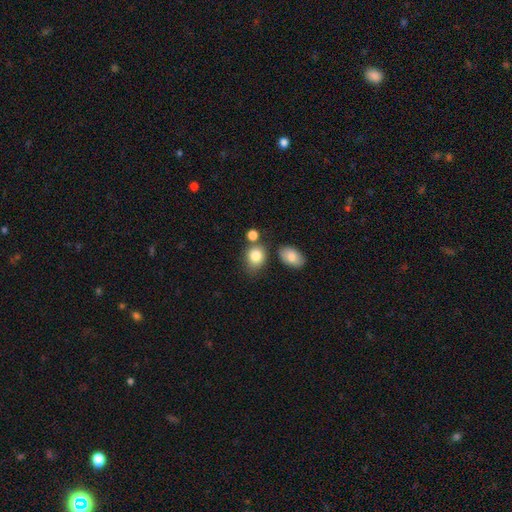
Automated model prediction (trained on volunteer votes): Morphology: type=smooth (83%); roundness=in between (51%); merging=none (60%).